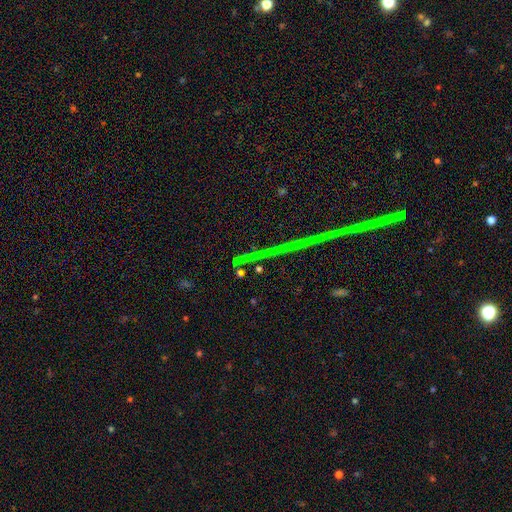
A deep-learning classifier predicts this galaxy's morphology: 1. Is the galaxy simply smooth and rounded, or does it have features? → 79% star or artifact, 12% featured or disk, 9% smooth.